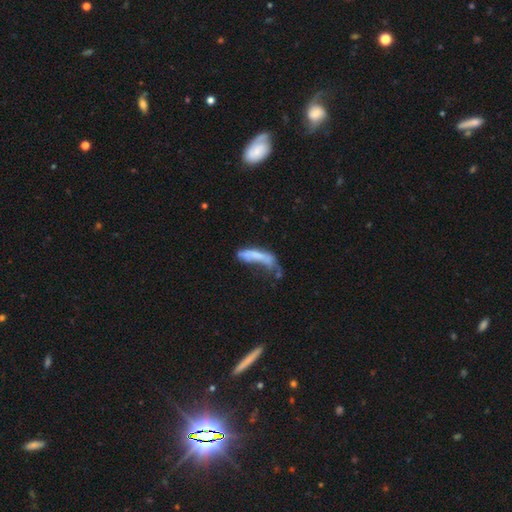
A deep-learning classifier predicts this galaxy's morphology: Smooth or featured?
  - smooth: 56% *
  - featured or disk: 33%
  - star or artifact: 11%
How rounded?
  - cigar-shaped: 66% *
  - in between: 32%
  - round: 2%
Merging?
  - major disturbance: 39% *
  - minor disturbance: 22%
  - none: 21%
  - merger: 18%